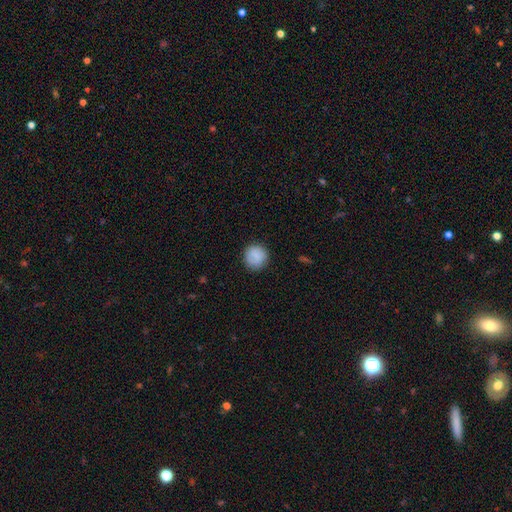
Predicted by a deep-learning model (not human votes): smooth 86%, star or artifact 8%, featured or disk 7%. Down the decision tree: how rounded — round (92%); merging — none (87%).